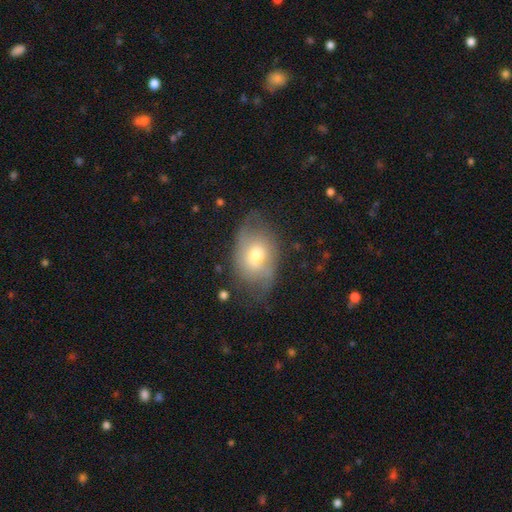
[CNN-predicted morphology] A smooth galaxy with no disk features (55%) that is in between round and cigar-shaped (74%).

Vote fractions:
- Smooth or featured? smooth: 55% / featured or disk: 36% / star or artifact: 9%
- How rounded? in between: 74% / round: 25% / cigar-shaped: 1%
- Merging? none: 56% / minor disturbance: 29% / major disturbance: 13% / merger: 2%